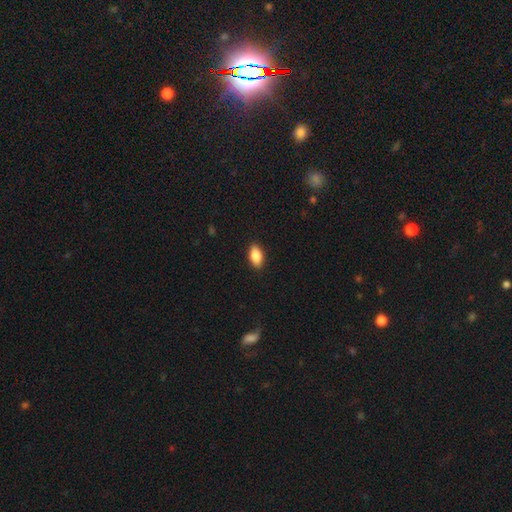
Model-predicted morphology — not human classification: This is clearly a smooth galaxy (86%). How rounded: clearly in between (90%). Merging: clearly none (90%).